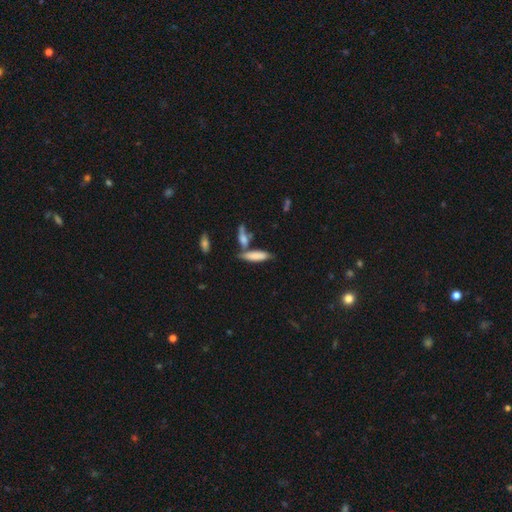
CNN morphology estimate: Overall: smooth (76%). How rounded: cigar-shaped (61%; in between 36%). Merging: none (59%; merger 23%).